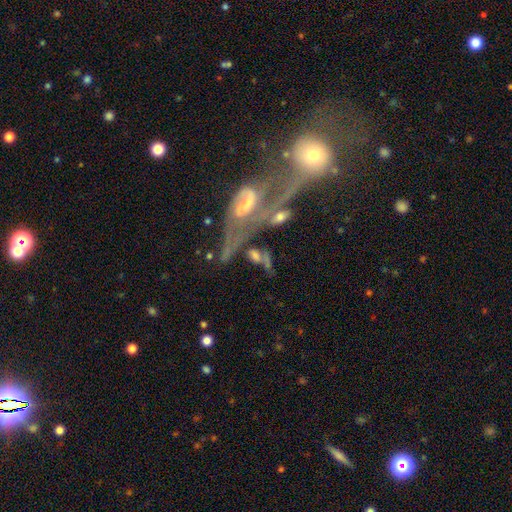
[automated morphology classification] A featured or disk galaxy (50%). Merging: merger (41%).